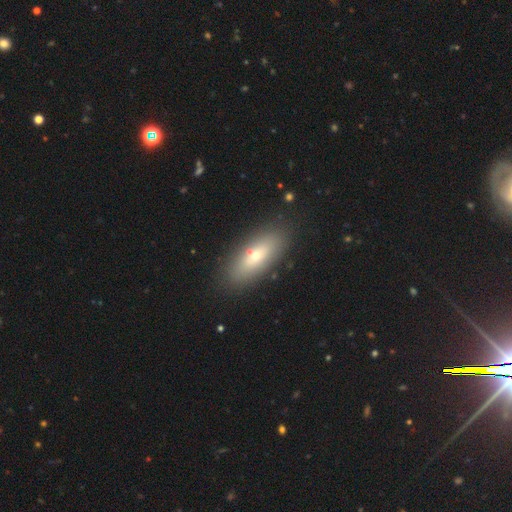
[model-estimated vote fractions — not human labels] Smooth or featured?
  - smooth: 59% *
  - featured or disk: 32%
  - star or artifact: 9%
How rounded?
  - in between: 67% *
  - cigar-shaped: 29%
  - round: 4%
Merging?
  - none: 83% *
  - minor disturbance: 10%
  - merger: 4%
  - major disturbance: 3%